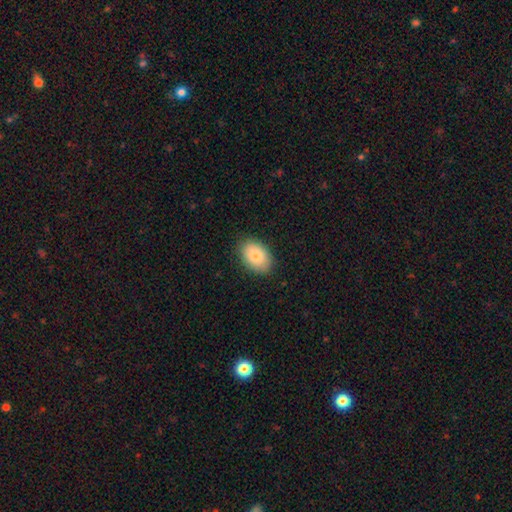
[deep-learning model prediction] smooth 83%, featured or disk 10%, star or artifact 7%. Down the decision tree: how rounded — in between (87%); merging — none (87%).